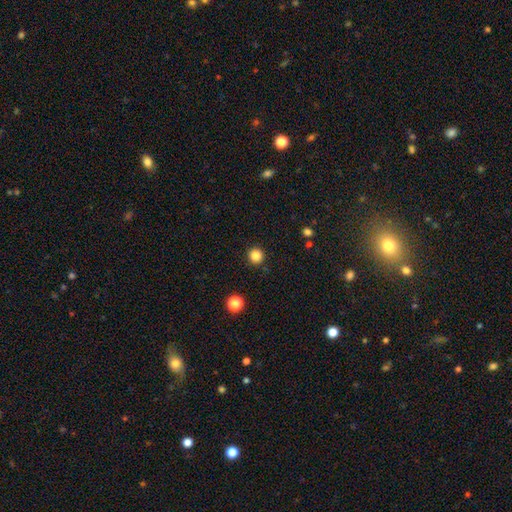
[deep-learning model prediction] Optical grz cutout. It shows a smooth galaxy with no disk features (85%) that is round (95%). Merging: none (91%).